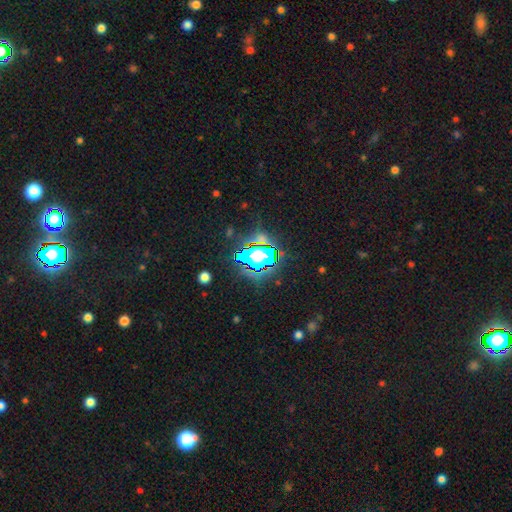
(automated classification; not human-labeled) Smooth or featured? star or artifact (83%)